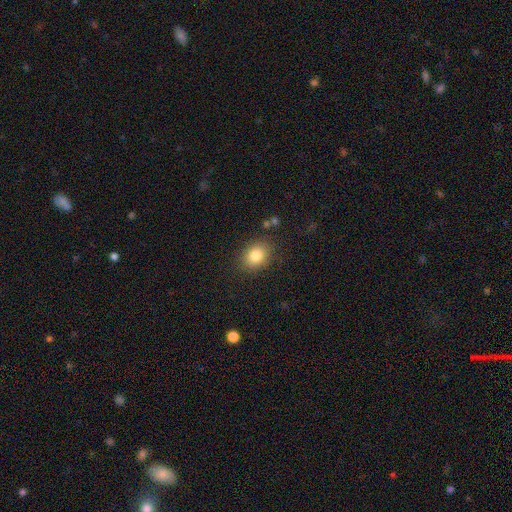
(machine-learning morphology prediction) Smooth or featured?
  - smooth: 82% *
  - star or artifact: 10%
  - featured or disk: 8%
How rounded?
  - in between: 56% *
  - round: 43%
  - cigar-shaped: 1%
Merging?
  - none: 85% *
  - minor disturbance: 10%
  - major disturbance: 3%
  - merger: 2%